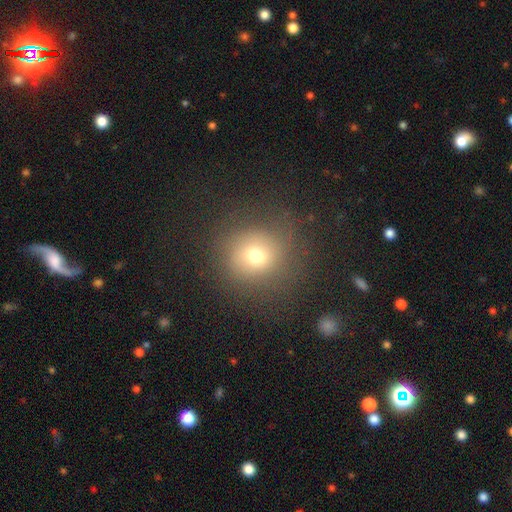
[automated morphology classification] This is likely a smooth galaxy (68%). How rounded: clearly round (87%). Merging: likely none (77%).